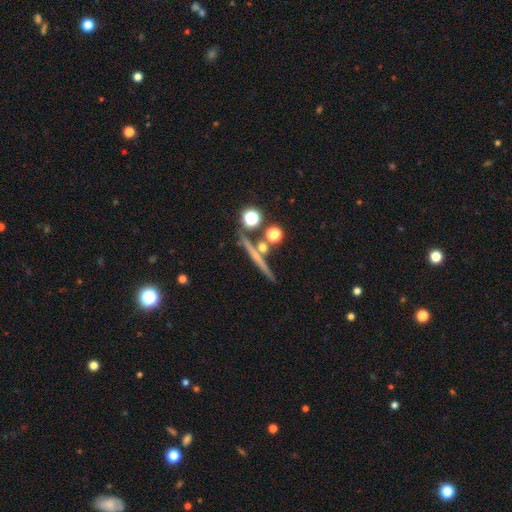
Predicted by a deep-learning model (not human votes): The model was most divided on "edge-on bulge": none: 60%, rounded: 33%, boxy: 7%. More confident: edge-on disk — yes (94%); merging — none (78%); smooth or featured — featured or disk (57%).